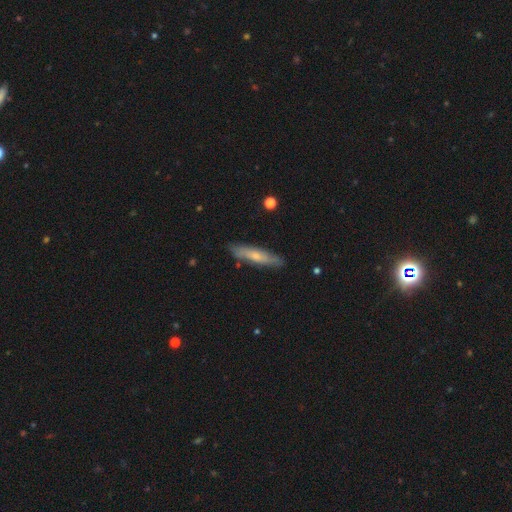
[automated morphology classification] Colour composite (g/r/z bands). It shows a smooth galaxy with no disk features (49%). Merging: none (84%).